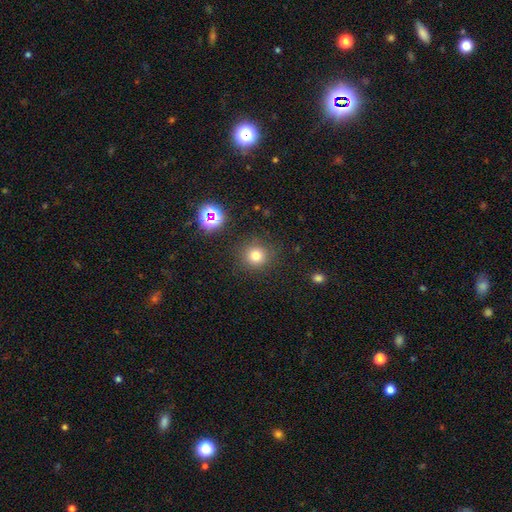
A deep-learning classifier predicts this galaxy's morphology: Smooth or featured? smooth (75%)
How rounded? round (92%)
Merging? none (86%)